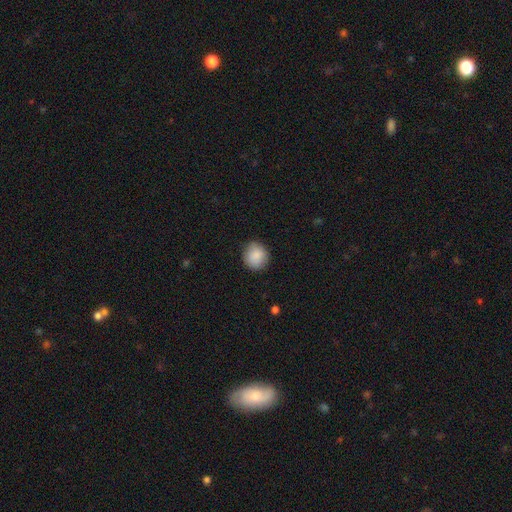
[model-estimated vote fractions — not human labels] Smooth or featured: smooth — 88% (star or artifact — 7%)
How rounded: round — 89% (in between — 11%)
Merging: none — 85% (minor disturbance — 11%)